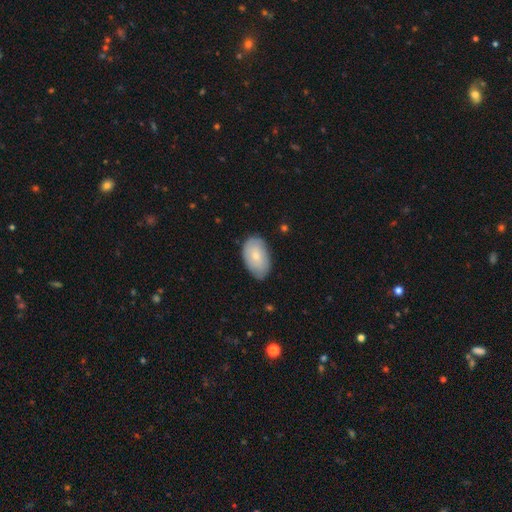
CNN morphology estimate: type=smooth (71%); roundness=in between (93%); merging=none (76%).